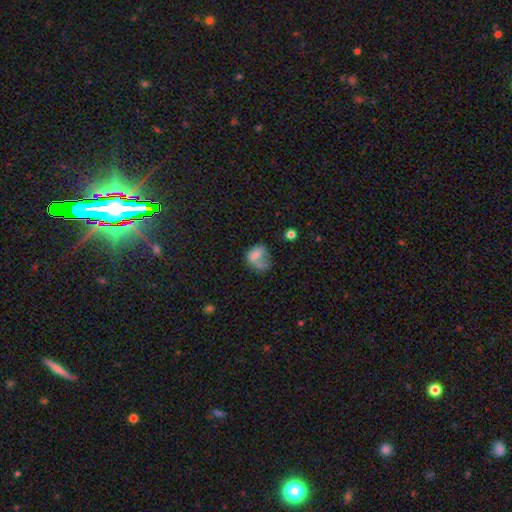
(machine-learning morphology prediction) Overall: smooth (58%; featured or disk 30%). How rounded: in between (65%; round 33%). Merging: major disturbance (45%; none 25%).